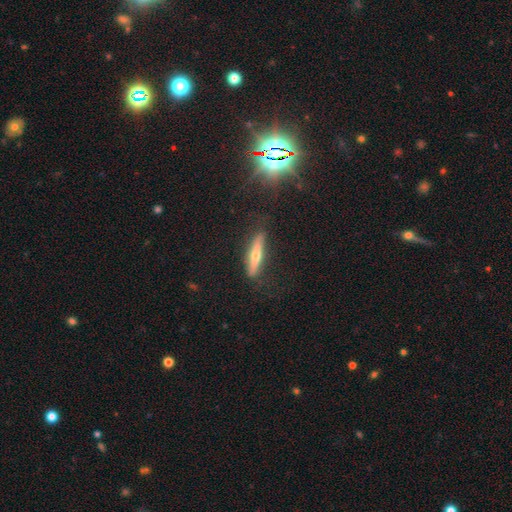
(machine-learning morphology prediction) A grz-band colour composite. It shows a featured or disk galaxy (54%) viewed edge-on (91%). Merging: none (81%).